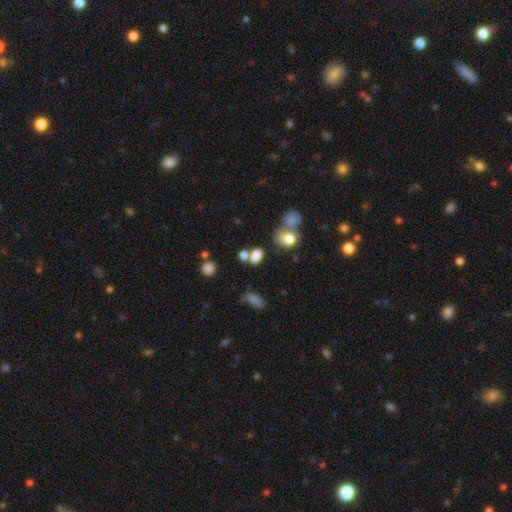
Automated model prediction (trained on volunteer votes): A smooth galaxy with no disk features (79%) that is in between round and cigar-shaped (78%). Merging: none (52%).